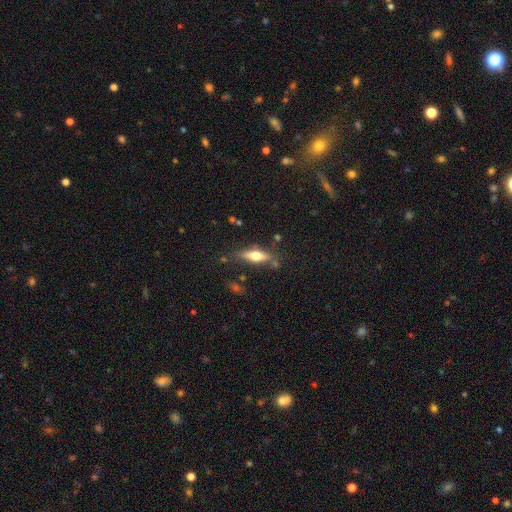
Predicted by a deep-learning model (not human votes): The model was most divided on "how rounded": cigar-shaped: 53%, in between: 44%, round: 3%. More confident: merging — none (74%); smooth or featured — smooth (51%).